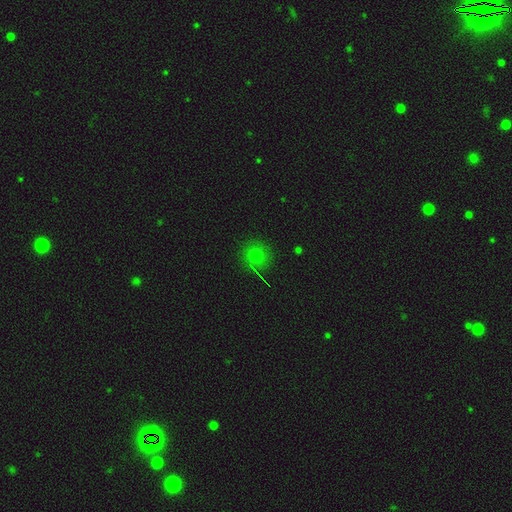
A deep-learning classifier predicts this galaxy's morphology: A smooth galaxy with no disk features (67%) that is round (90%). Merging: none (82%).